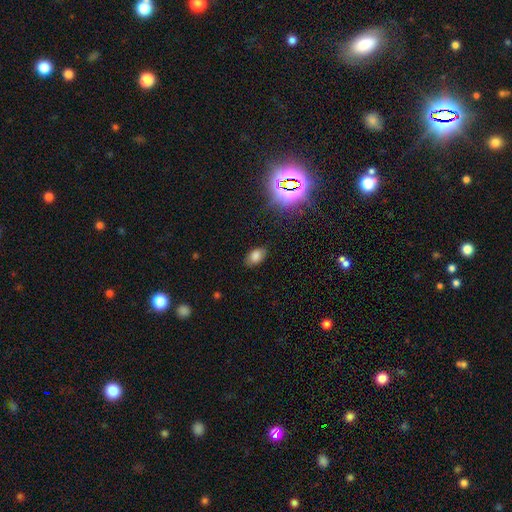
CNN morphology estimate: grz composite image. It shows a smooth galaxy with no disk features (77%) that is in between round and cigar-shaped (87%). Merging: none (81%).